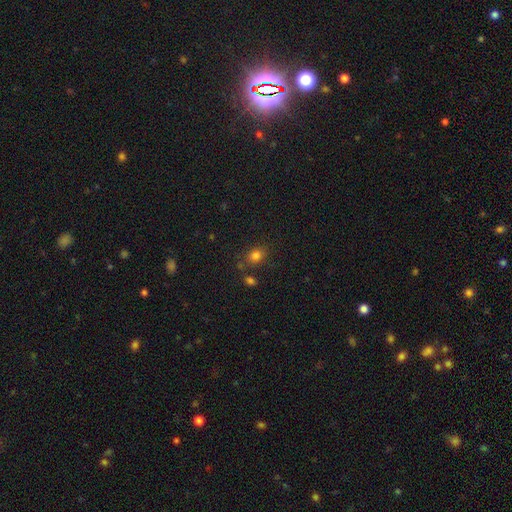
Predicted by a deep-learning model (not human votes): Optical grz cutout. It shows a smooth galaxy with no disk features (79%) that is round (50%). Merging: none (74%).